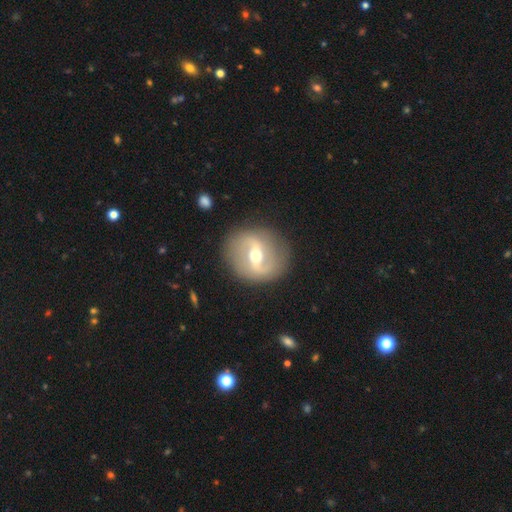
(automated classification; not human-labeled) Smooth or featured? featured or disk (78%)
Edge-on disk? no (94%)
Bar? strong (51%)
Spiral arms? yes (70%)
Spiral winding? loose (45%)
Spiral arm count? 2 (86%)
Bulge size? moderate (71%)
Merging? none (85%)